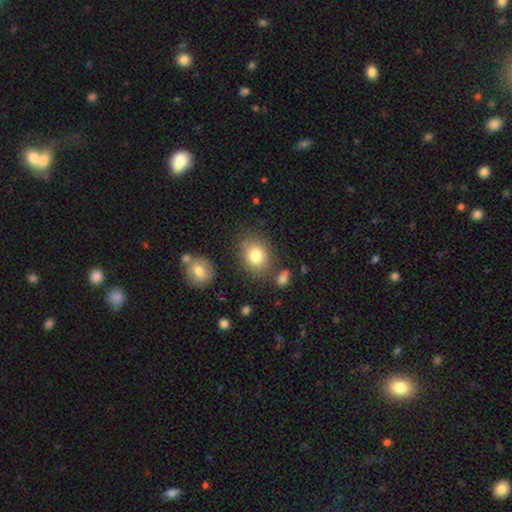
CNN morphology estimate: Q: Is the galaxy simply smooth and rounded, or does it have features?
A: smooth — 80%.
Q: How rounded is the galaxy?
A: round — 53%.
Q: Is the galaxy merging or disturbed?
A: none — 77%.